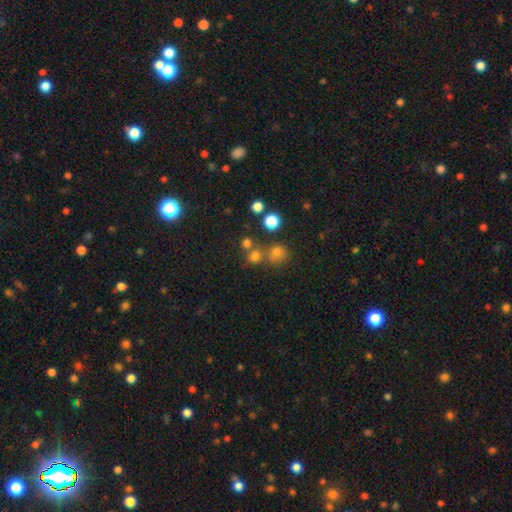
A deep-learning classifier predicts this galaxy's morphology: Smooth or featured? smooth (56%)
How rounded? round (87%)
Merging? none (59%)